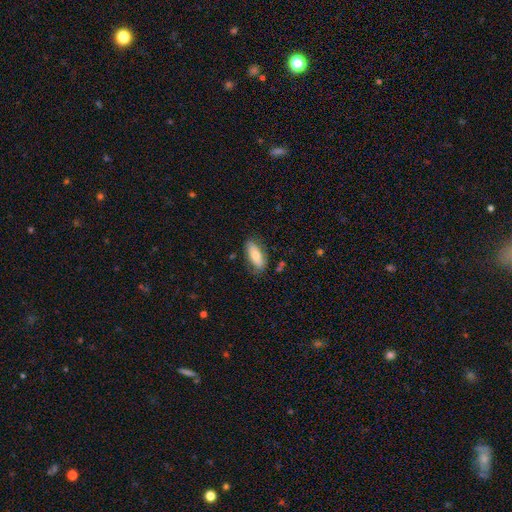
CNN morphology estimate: type=smooth (73%); roundness=in between (82%); merging=none (77%).